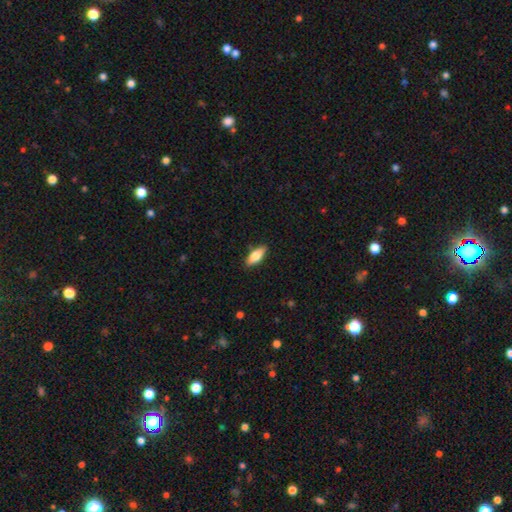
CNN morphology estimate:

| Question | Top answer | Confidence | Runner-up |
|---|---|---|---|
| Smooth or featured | smooth | 73% | featured or disk (21%) |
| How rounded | in between | 74% | cigar-shaped (24%) |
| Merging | none | 87% | minor disturbance (10%) |